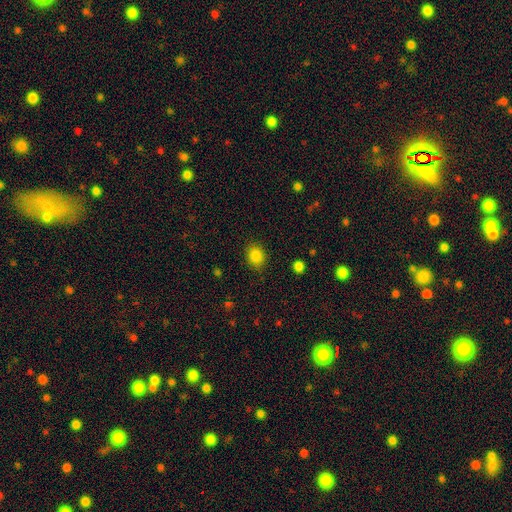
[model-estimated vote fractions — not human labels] Smooth or featured?
  - smooth: 85% *
  - star or artifact: 11%
  - featured or disk: 4%
How rounded?
  - round: 51% *
  - in between: 48%
  - cigar-shaped: 1%
Merging?
  - none: 86% *
  - minor disturbance: 10%
  - major disturbance: 3%
  - merger: 1%